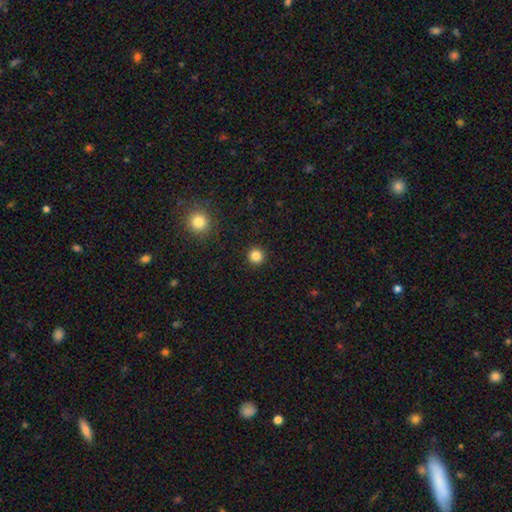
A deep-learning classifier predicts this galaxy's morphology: type=smooth (84%); roundness=round (95%); merging=none (92%).